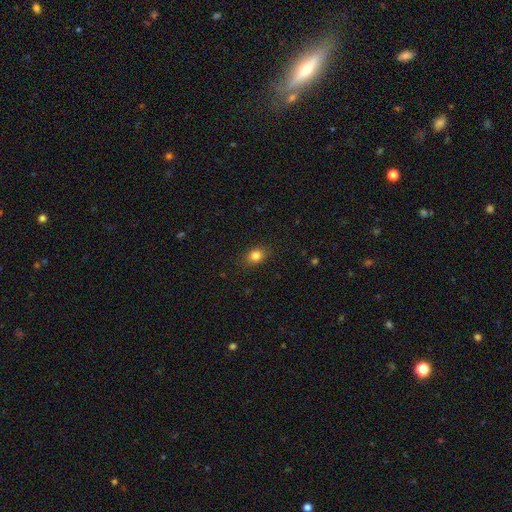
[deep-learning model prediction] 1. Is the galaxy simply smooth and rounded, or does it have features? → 83% smooth, 11% star or artifact, 6% featured or disk.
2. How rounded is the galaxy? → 54% in between, 45% round, 1% cigar-shaped.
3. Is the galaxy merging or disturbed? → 86% none, 10% minor disturbance, 3% major disturbance, 1% merger.